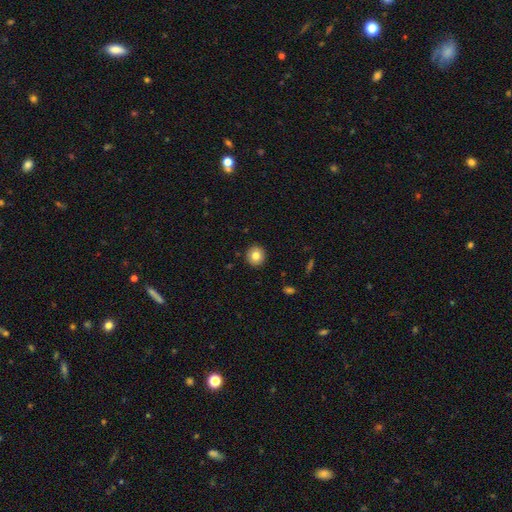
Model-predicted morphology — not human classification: Smooth or featured? Predicted: smooth (p=0.82). How rounded? Predicted: round (p=0.93). Merging? Predicted: none (p=0.92).